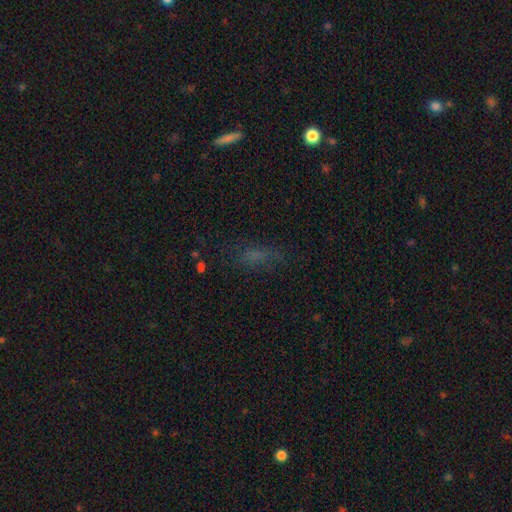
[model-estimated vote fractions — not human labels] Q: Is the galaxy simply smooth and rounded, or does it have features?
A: smooth — 56%.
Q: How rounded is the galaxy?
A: in between — 58%.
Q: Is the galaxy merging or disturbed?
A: none — 63%.